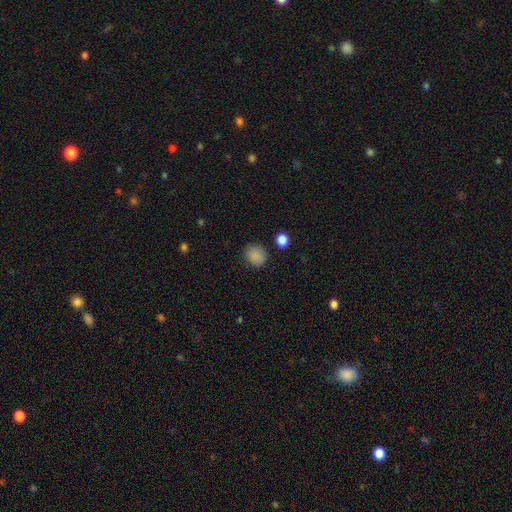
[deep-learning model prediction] smooth 86%, star or artifact 11%, featured or disk 3%. Down the decision tree: how rounded — round (75%); merging — none (82%).